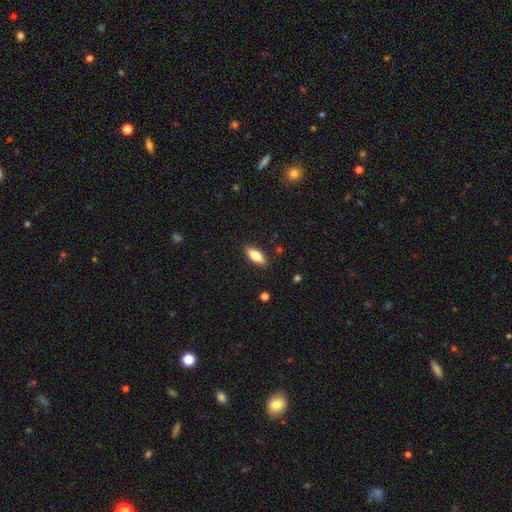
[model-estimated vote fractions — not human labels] Smooth or featured?
  - smooth: 75% *
  - featured or disk: 19%
  - star or artifact: 6%
How rounded?
  - in between: 71% *
  - cigar-shaped: 27%
  - round: 2%
Merging?
  - none: 88% *
  - minor disturbance: 9%
  - major disturbance: 2%
  - merger: 1%